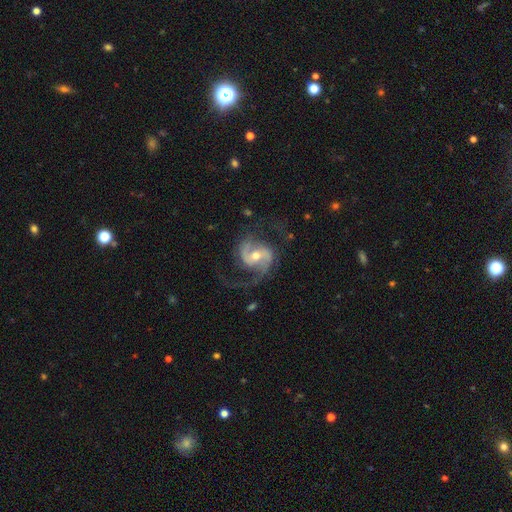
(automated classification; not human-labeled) This appears to be a featured or disk galaxy (90%) with a weak bar (45%), 2 (87%) medium (51%) spiral arms (97%) and a moderate central bulge (64%). Merging: none (66%).